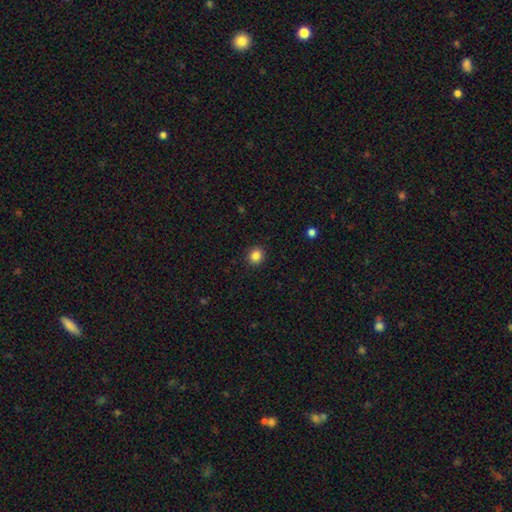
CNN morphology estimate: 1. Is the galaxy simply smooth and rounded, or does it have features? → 85% smooth, 11% star or artifact, 4% featured or disk.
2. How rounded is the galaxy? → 80% round, 19% in between, 1% cigar-shaped.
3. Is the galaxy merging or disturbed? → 91% none, 6% minor disturbance, 2% major disturbance, 1% merger.